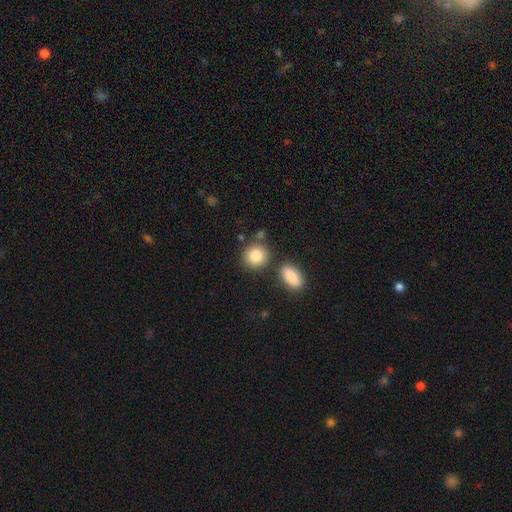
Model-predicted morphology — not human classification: This is clearly a smooth galaxy (86%). How rounded: likely round (79%). Merging: likely none (72%).